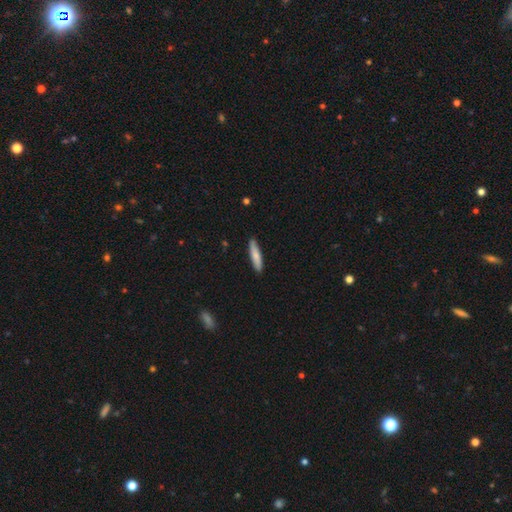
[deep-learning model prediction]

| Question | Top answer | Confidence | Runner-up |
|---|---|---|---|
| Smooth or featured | smooth | 74% | featured or disk (20%) |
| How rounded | cigar-shaped | 82% | in between (17%) |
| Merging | none | 87% | minor disturbance (10%) |